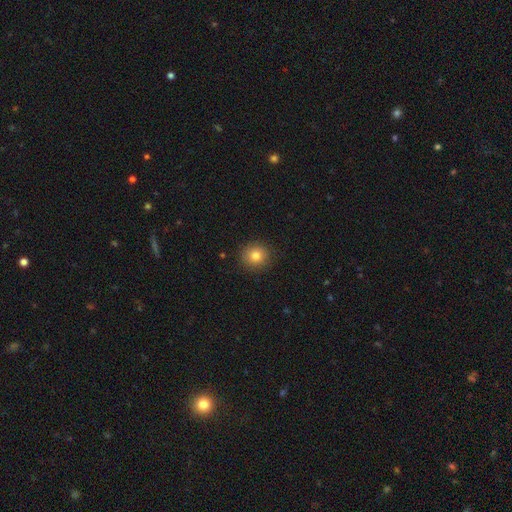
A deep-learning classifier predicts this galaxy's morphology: type=smooth (81%); roundness=round (88%); merging=none (89%).